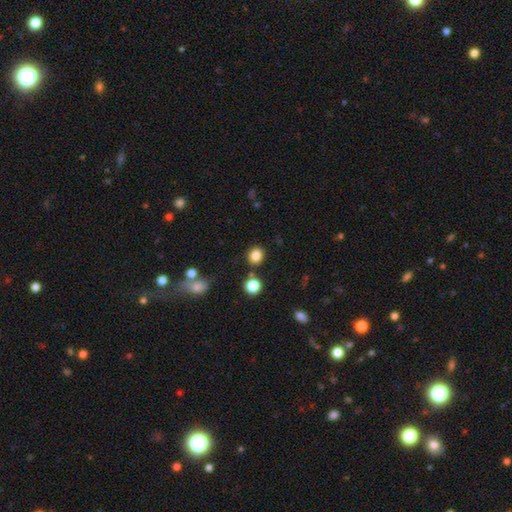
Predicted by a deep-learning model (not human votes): smooth-or-featured: smooth: 83% | star or artifact: 12% | featured or disk: 5%
  how-rounded: round: 80% | in between: 19% | cigar-shaped: 1%
  merging: none: 84% | minor disturbance: 8% | merger: 6% | major disturbance: 3%